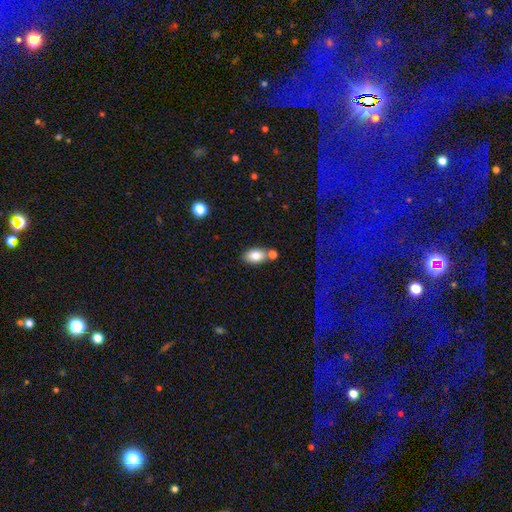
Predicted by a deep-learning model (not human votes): smooth-or-featured: smooth: 83% | featured or disk: 10% | star or artifact: 8%
  how-rounded: in between: 89% | round: 9% | cigar-shaped: 2%
  merging: none: 67% | merger: 16% | minor disturbance: 13% | major disturbance: 4%